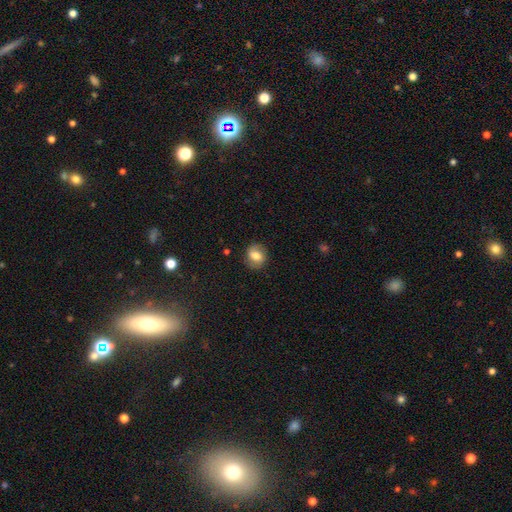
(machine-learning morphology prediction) This is likely a smooth galaxy (67%). How rounded: likely round (63%). Merging: clearly none (82%).